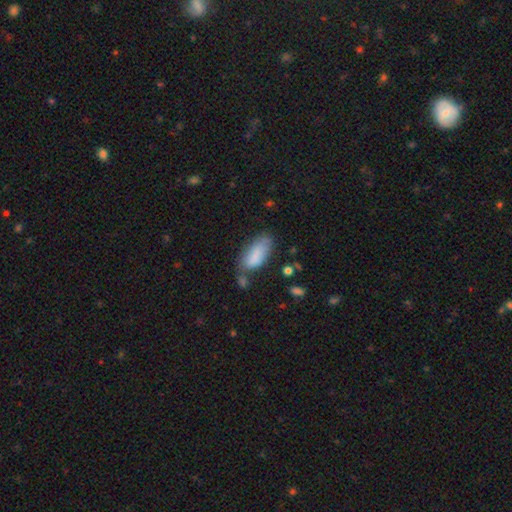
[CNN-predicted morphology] Overall: smooth (82%). How rounded: in between (84%). Merging: none (46%; minor disturbance 30%).